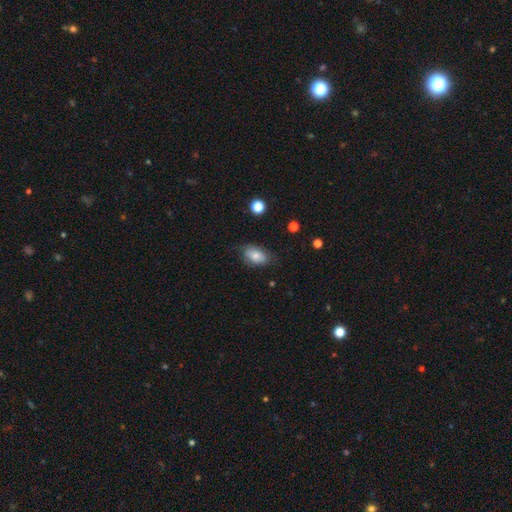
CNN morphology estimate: Smooth or featured: smooth — 74% (featured or disk — 18%)
How rounded: in between — 90% (round — 8%)
Merging: none — 65% (minor disturbance — 26%)